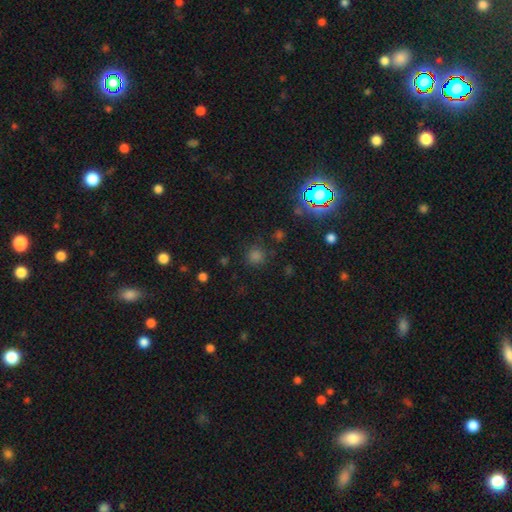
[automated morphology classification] smooth_or_featured: smooth (p=0.61) [alt: star or artifact p=0.34]
how_rounded: round (p=0.92) [alt: in between p=0.07]
merging: none (p=0.84) [alt: minor disturbance p=0.09]